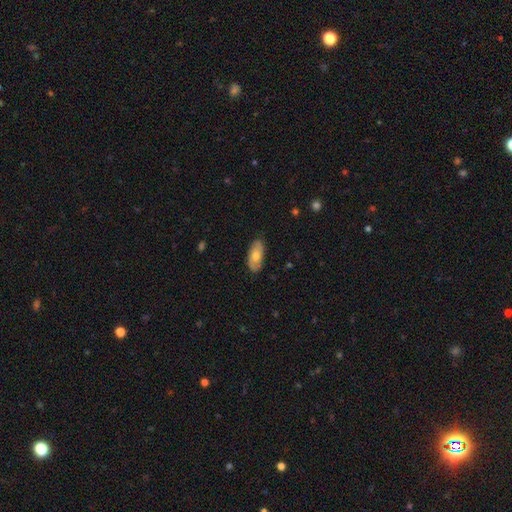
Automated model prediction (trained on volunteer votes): smooth_or_featured: smooth (p=0.58) [alt: featured or disk p=0.36]
how_rounded: in between (p=0.88) [alt: cigar-shaped p=0.09]
merging: none (p=0.84) [alt: minor disturbance p=0.13]